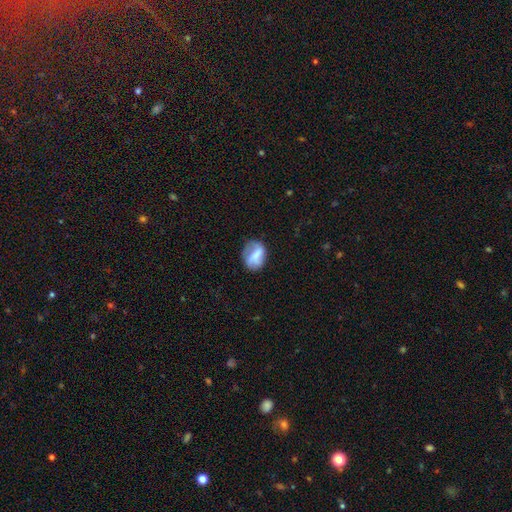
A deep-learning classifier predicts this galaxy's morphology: smooth 57%, featured or disk 34%, star or artifact 8%. Down the decision tree: how rounded — in between (61%); merging — none (57%).